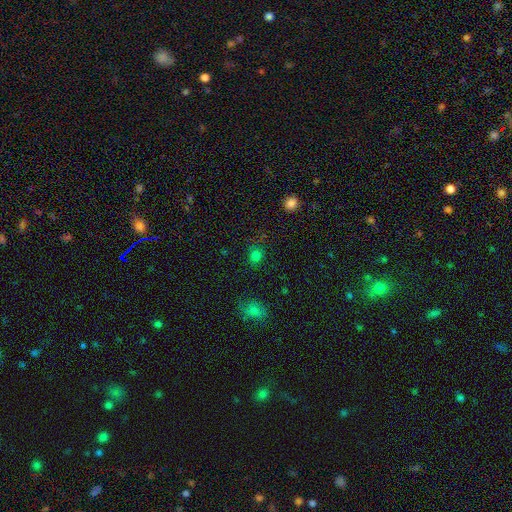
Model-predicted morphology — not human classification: The model was most divided on "how rounded": round: 77%, in between: 22%, cigar-shaped: 1%. More confident: merging — none (83%); smooth or featured — smooth (78%).